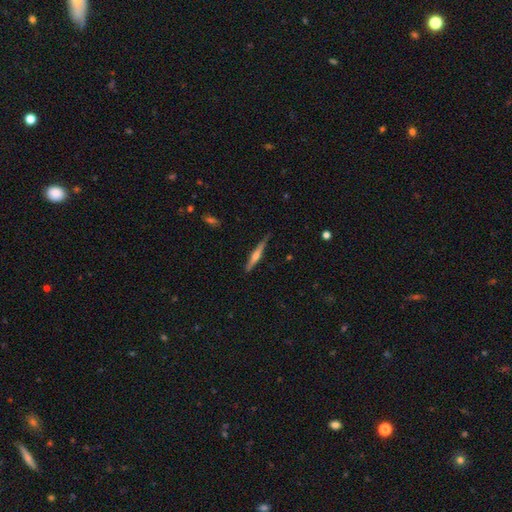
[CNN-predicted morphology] A featured or disk galaxy (65%) viewed edge-on (97%) with a rounded central bulge (79%). Merging: none (85%).